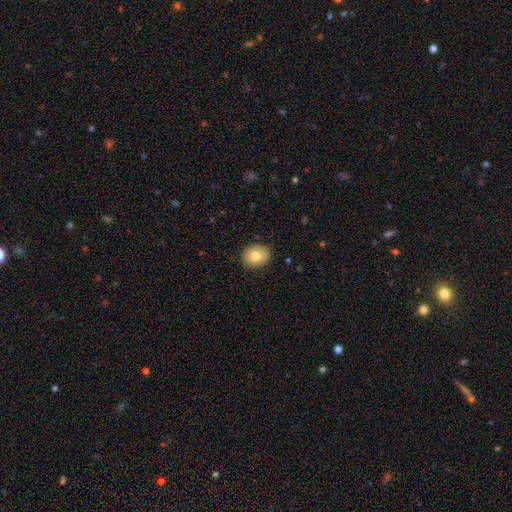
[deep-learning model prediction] Morphology: type=smooth (77%); roundness=round (57%); merging=none (88%).